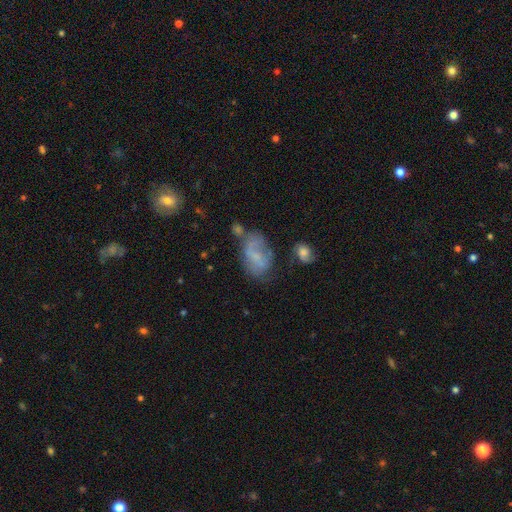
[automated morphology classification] Q: Smooth or featured?
A: smooth (46%); runner-up: featured or disk (42%)
Q: Merging?
A: none (39%); runner-up: minor disturbance (27%)